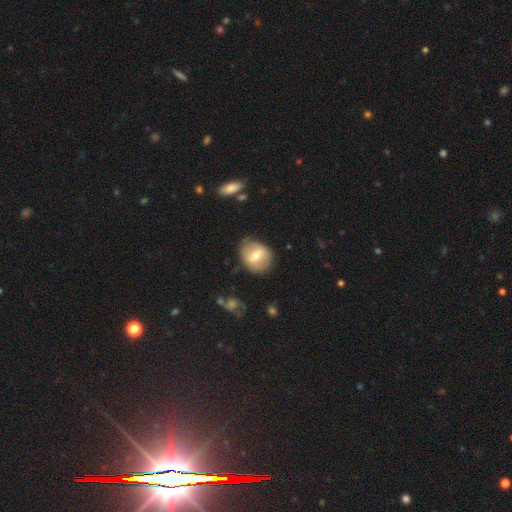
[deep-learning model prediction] The model was most divided on "smooth or featured": smooth: 55%, featured or disk: 37%, star or artifact: 8%. More confident: merging — none (76%); how rounded — round (62%).